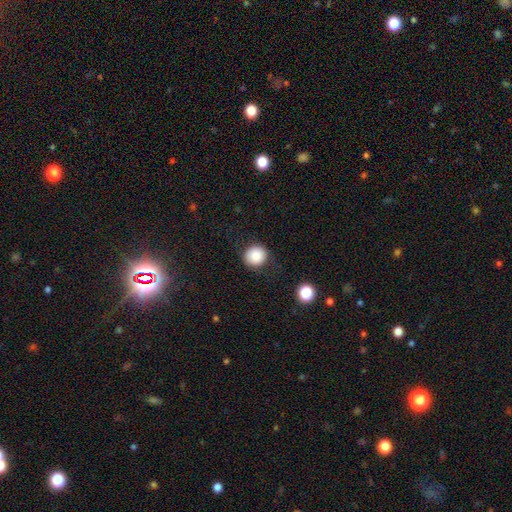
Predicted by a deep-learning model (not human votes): Smooth or featured: smooth — 86% (star or artifact — 9%)
How rounded: round — 90% (in between — 9%)
Merging: none — 85% (minor disturbance — 10%)